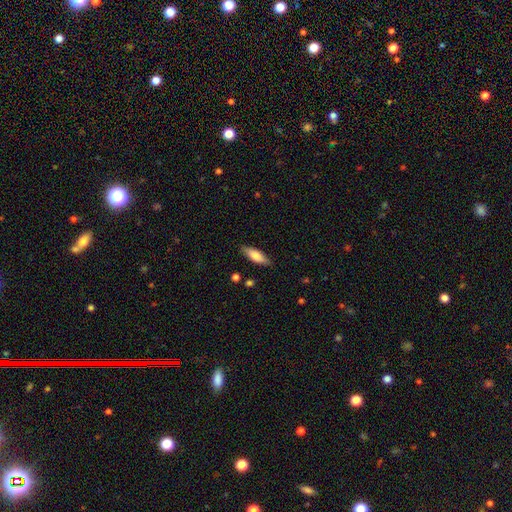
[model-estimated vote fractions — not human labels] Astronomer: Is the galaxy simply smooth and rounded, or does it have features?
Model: smooth — 77%.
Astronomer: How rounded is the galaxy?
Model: in between — 57% (runner-up: cigar-shaped, 41%).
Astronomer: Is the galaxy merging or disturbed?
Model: none — 85%.